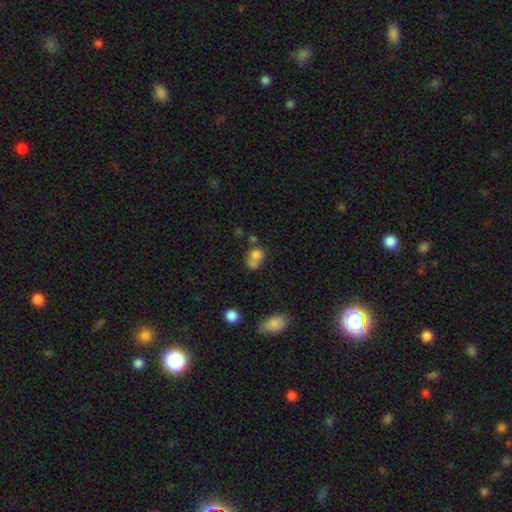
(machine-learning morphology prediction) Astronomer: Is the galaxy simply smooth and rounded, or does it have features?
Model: smooth — 73%.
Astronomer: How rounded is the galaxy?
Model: round — 58% (runner-up: in between, 40%).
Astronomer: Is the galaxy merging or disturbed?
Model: merger — 46% (runner-up: none, 31%).